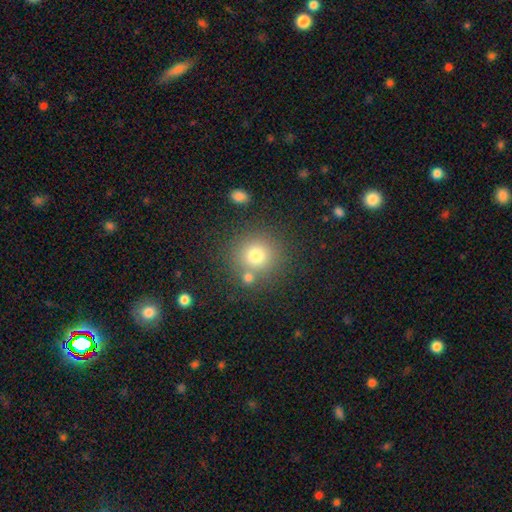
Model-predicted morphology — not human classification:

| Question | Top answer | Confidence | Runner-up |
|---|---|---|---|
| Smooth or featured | smooth | 76% | star or artifact (14%) |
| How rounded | round | 90% | in between (9%) |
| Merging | none | 74% | merger (14%) |